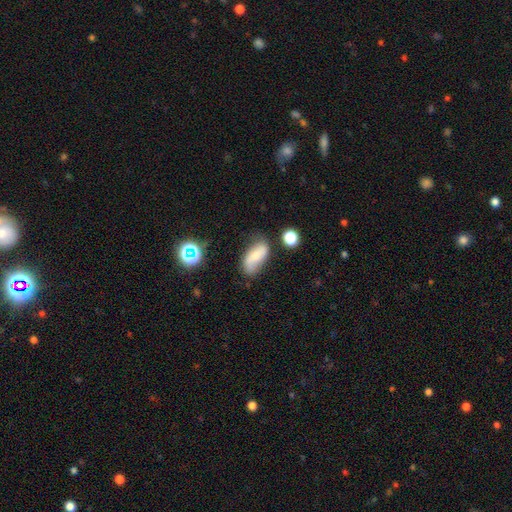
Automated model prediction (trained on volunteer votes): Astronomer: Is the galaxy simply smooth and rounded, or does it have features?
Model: smooth — 55% (runner-up: featured or disk, 35%).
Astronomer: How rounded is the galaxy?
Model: in between — 85%.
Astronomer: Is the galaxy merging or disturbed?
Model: none — 61%.